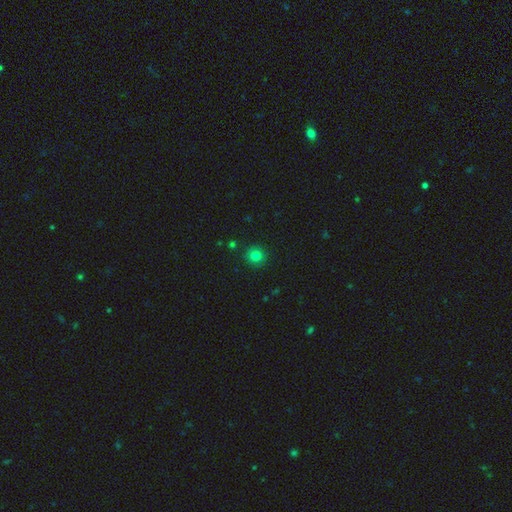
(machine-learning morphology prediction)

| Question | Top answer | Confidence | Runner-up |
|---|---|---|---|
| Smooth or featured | smooth | 80% | star or artifact (15%) |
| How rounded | round | 94% | in between (5%) |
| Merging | none | 91% | minor disturbance (6%) |